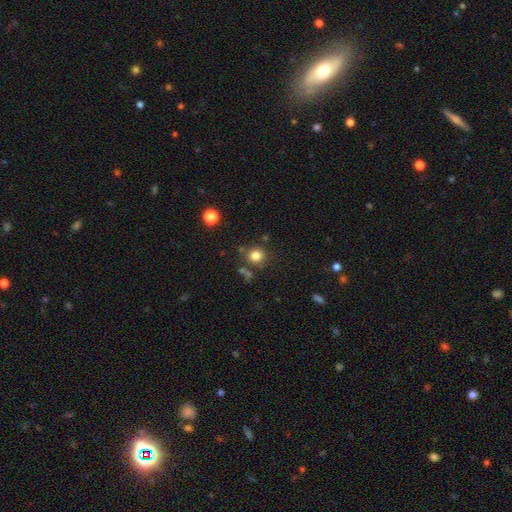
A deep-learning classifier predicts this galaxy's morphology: Smooth or featured? smooth (80%)
How rounded? round (89%)
Merging? none (78%)